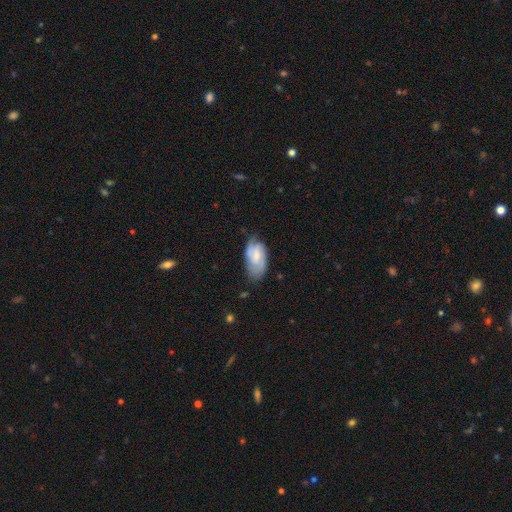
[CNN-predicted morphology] This appears to be a featured or disk galaxy (51%). Merging: none (55%).